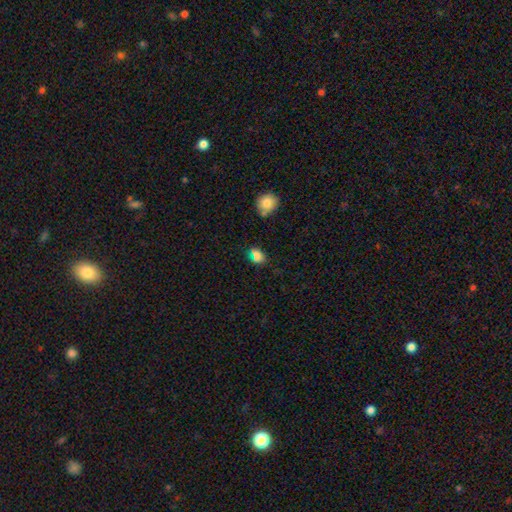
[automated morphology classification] This appears to be a smooth galaxy with no disk features (77%) that is in between round and cigar-shaped (74%). Merging: none (68%).